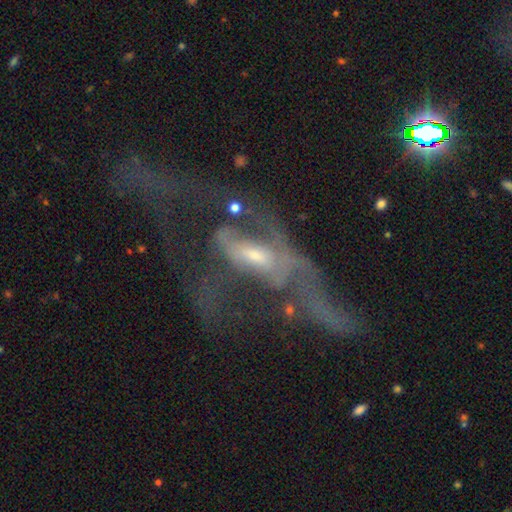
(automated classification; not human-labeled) smooth-or-featured: featured or disk: 72% | smooth: 18% | star or artifact: 10%
  disk-edge-on: no: 89% | yes: 11%
    bar: no: 40% | weak: 37% | strong: 22%
    has-spiral-arms: yes: 64% | no: 36%
    bulge-size: moderate: 47% | small: 41% | large: 6% | none: 5% | dominant: 2%
  merging: major disturbance: 56% | none: 18% | merger: 14% | minor disturbance: 11%